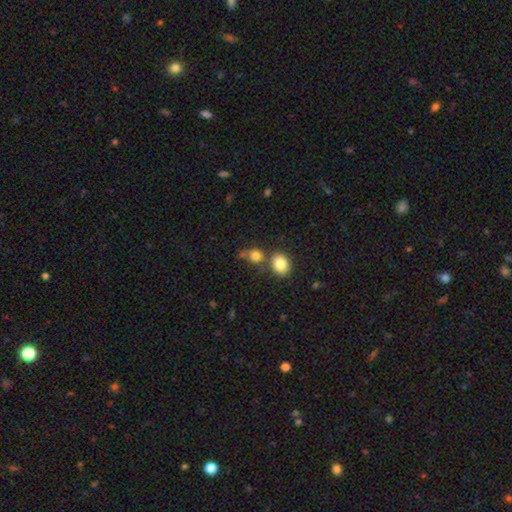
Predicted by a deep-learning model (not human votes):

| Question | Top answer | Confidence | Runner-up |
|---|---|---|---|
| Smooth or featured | smooth | 81% | star or artifact (11%) |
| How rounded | round | 71% | in between (28%) |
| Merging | none | 54% | merger (30%) |